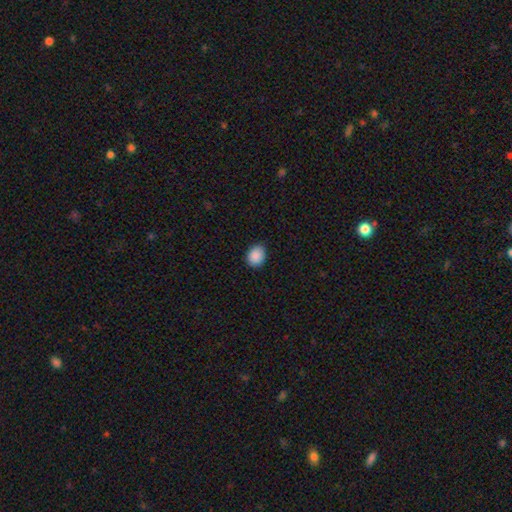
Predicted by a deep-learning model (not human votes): smooth-or-featured: smooth: 90% | star or artifact: 8% | featured or disk: 3%
  how-rounded: in between: 51% | round: 48% | cigar-shaped: 1%
  merging: none: 85% | minor disturbance: 12% | major disturbance: 2% | merger: 1%